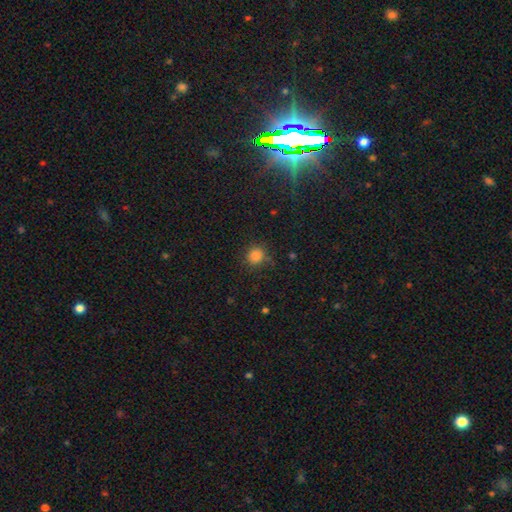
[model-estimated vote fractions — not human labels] smooth-or-featured: smooth: 83% | star or artifact: 13% | featured or disk: 4%
  how-rounded: round: 87% | in between: 12% | cigar-shaped: 1%
  merging: none: 81% | minor disturbance: 12% | major disturbance: 4% | merger: 2%